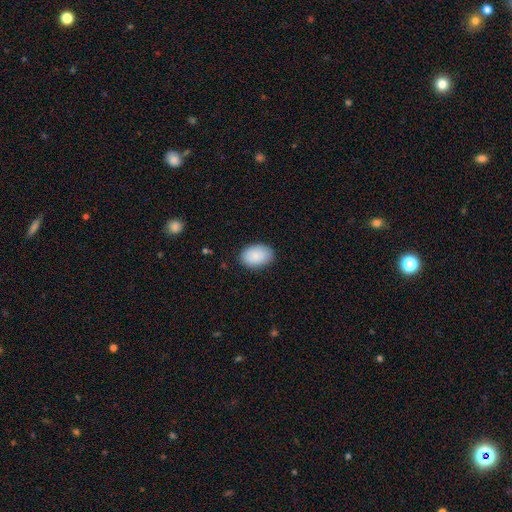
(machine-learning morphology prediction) Overall: smooth (89%). How rounded: in between (89%). Merging: none (84%).